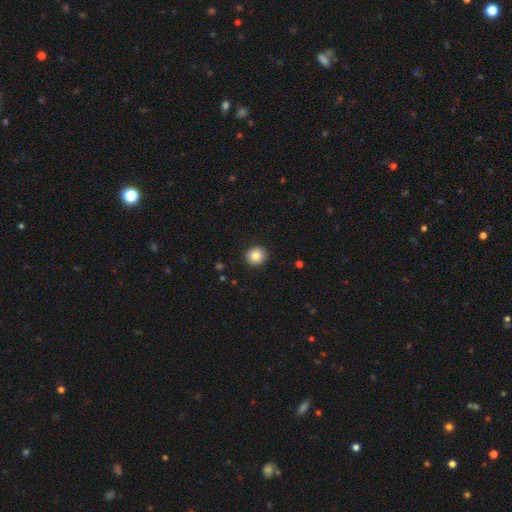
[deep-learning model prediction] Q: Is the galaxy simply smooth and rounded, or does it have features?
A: smooth — 85%.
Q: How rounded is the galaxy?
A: round — 91%.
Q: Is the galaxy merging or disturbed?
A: none — 92%.